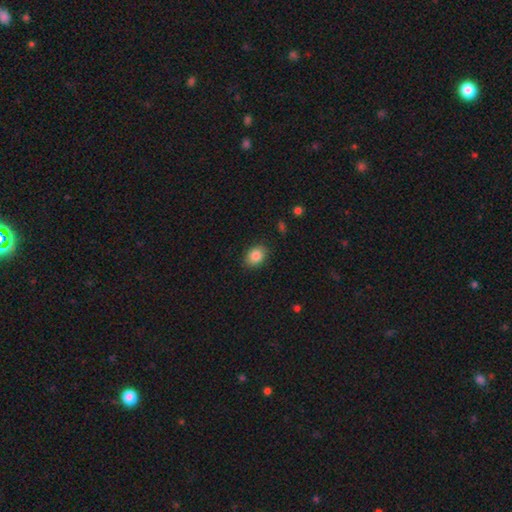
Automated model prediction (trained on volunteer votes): smooth-or-featured: smooth: 85% | star or artifact: 8% | featured or disk: 6%
  how-rounded: in between: 71% | round: 28% | cigar-shaped: 1%
  merging: none: 86% | minor disturbance: 10% | major disturbance: 2% | merger: 1%